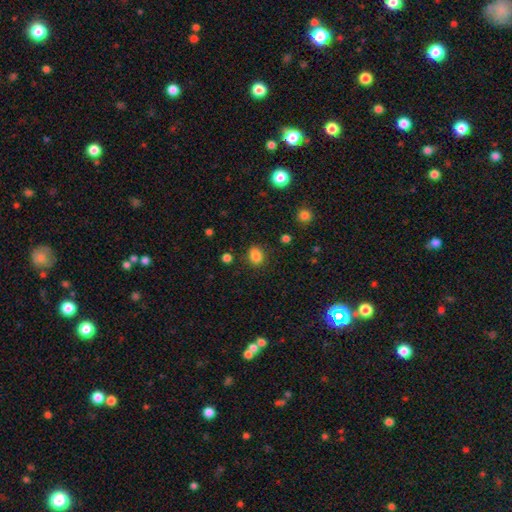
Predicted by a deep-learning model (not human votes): A smooth galaxy with no disk features (84%) that is round (55%). Merging: none (82%).